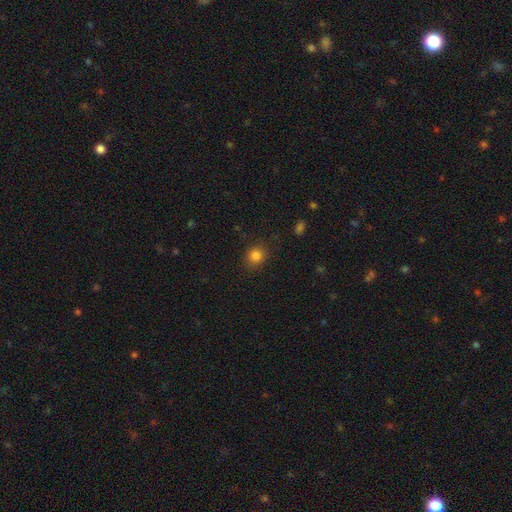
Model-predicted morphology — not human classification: Smooth or featured? smooth (82%)
How rounded? round (82%)
Merging? none (87%)